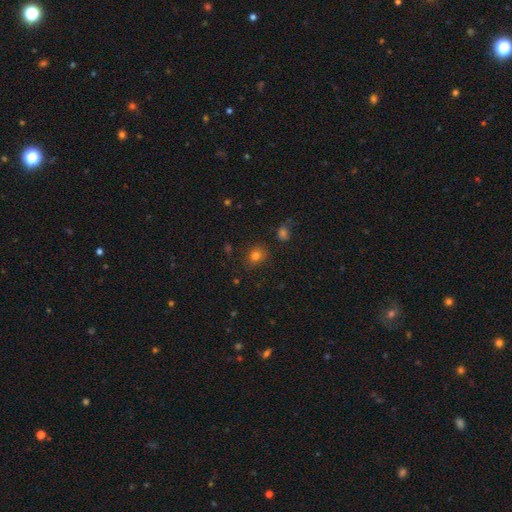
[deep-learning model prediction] Smooth or featured?
  - smooth: 78% *
  - star or artifact: 14%
  - featured or disk: 7%
How rounded?
  - round: 60% *
  - in between: 39%
  - cigar-shaped: 1%
Merging?
  - none: 81% *
  - minor disturbance: 13%
  - major disturbance: 3%
  - merger: 3%